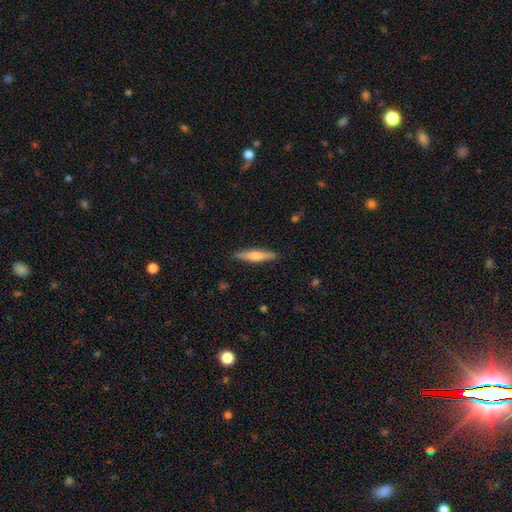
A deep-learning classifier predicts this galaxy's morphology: This appears to be a smooth galaxy with no disk features (51%) that is cigar-shaped (87%). Merging: none (89%).